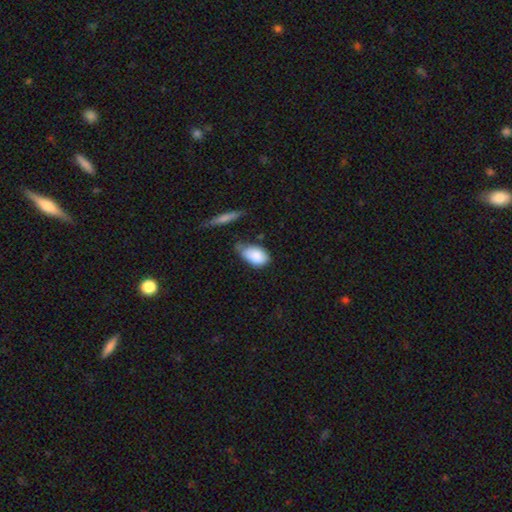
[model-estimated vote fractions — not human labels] smooth 85%, featured or disk 8%, star or artifact 7%. Down the decision tree: how rounded — in between (90%); merging — none (45%).